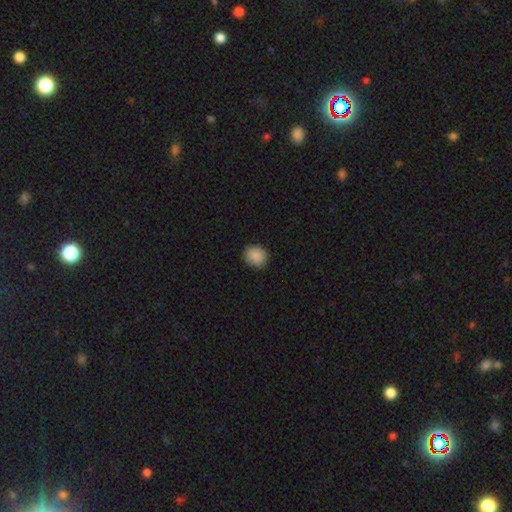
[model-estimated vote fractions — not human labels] Overall: smooth (88%). How rounded: round (78%). Merging: none (86%).